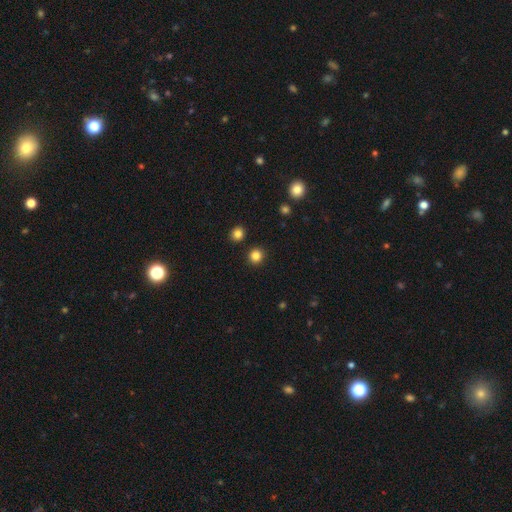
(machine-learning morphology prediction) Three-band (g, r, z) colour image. It shows a smooth galaxy with no disk features (84%) that is round (92%). Merging: none (91%).